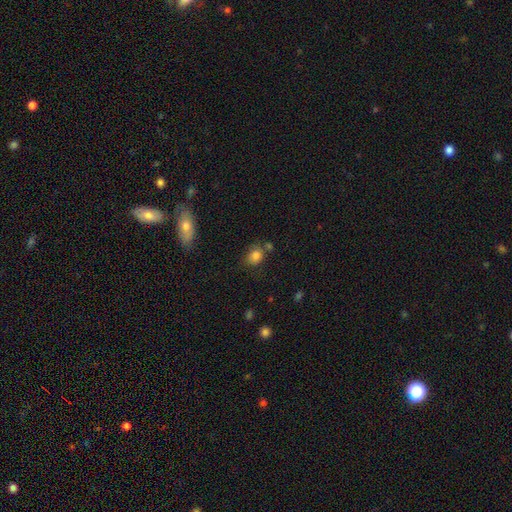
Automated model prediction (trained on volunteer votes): smooth 82%, star or artifact 11%, featured or disk 7%. Down the decision tree: how rounded — round (61%); merging — none (66%).